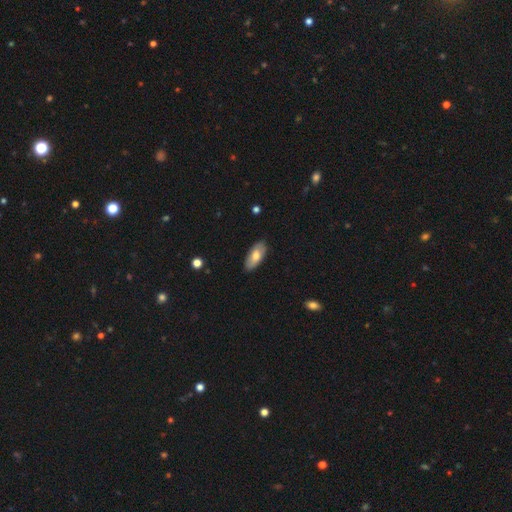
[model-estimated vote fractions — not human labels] This is likely a smooth galaxy (70%). How rounded: clearly in between (89%). Merging: clearly none (85%).